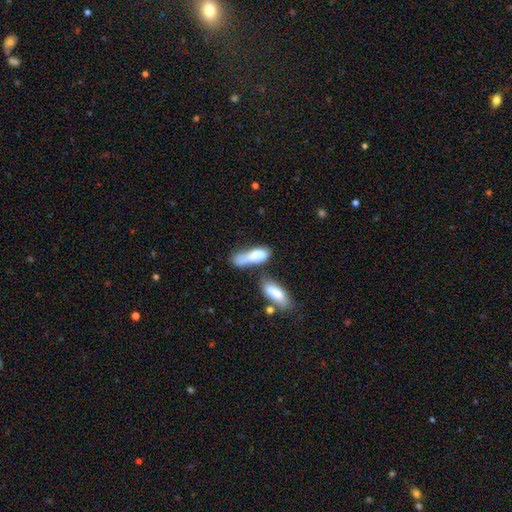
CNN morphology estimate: The model was most divided on "how rounded": in between: 52%, cigar-shaped: 44%, round: 4%. Remaining: smooth or featured — smooth (70%); merging — merger (39%).